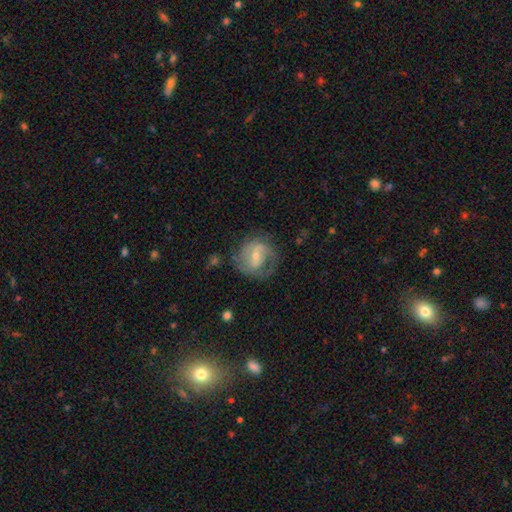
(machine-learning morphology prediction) Smooth or featured: featured or disk — 69% (smooth — 24%)
Edge-on disk: no — 97% (yes — 3%)
Bar: weak — 51% (no — 28%)
Spiral arms: yes — 84% (no — 16%)
Spiral winding: medium — 45% (tight — 31%)
Spiral arm count: 2 — 57% (can't tell — 19%)
Bulge size: small — 54% (moderate — 41%)
Merging: none — 61% (minor disturbance — 22%)